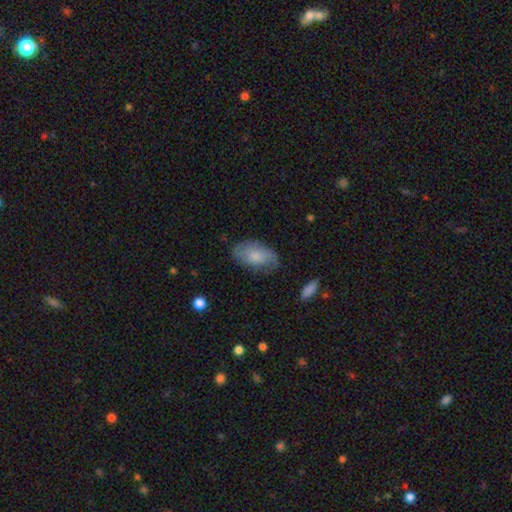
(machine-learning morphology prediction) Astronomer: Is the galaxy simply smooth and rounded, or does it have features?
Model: smooth — 64%.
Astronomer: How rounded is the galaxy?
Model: in between — 93%.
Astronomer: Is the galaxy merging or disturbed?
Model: none — 70%.